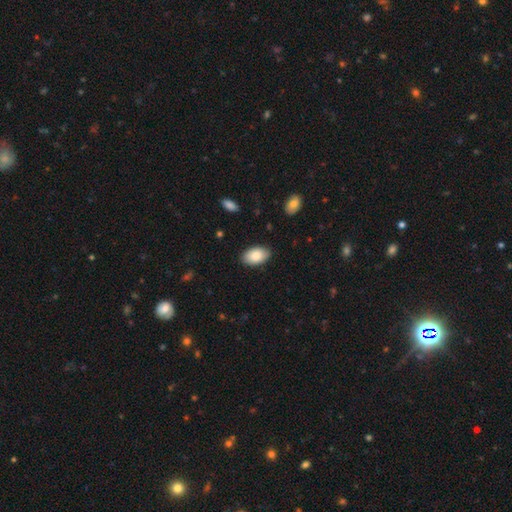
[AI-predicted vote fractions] Smooth or featured: smooth — 86% (featured or disk — 8%)
How rounded: in between — 94% (round — 4%)
Merging: none — 87% (minor disturbance — 10%)